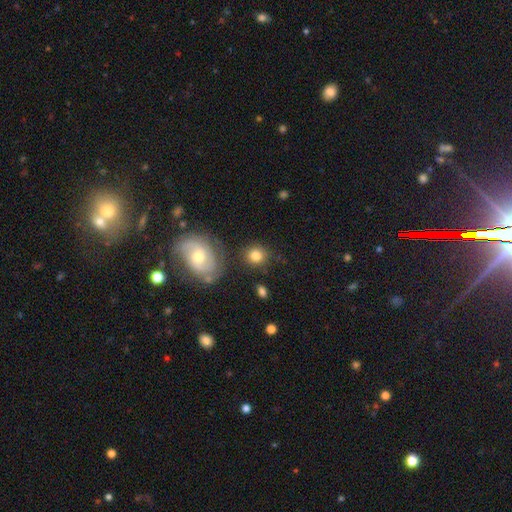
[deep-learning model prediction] This is likely a smooth galaxy (78%). How rounded: clearly round (83%). Merging: likely none (79%).